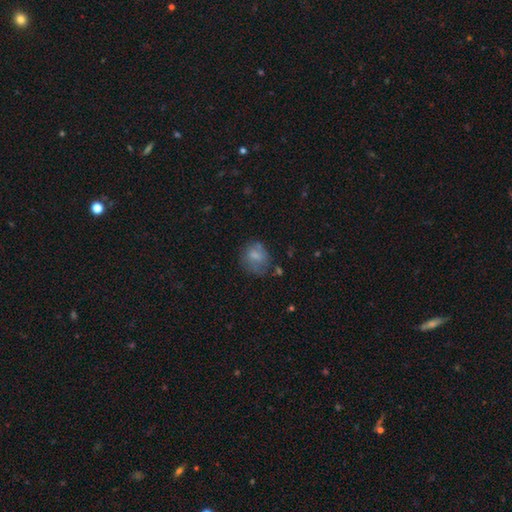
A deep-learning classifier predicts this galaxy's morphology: Overall: smooth (69%). How rounded: round (69%; in between 30%). Merging: none (51%; minor disturbance 26%).